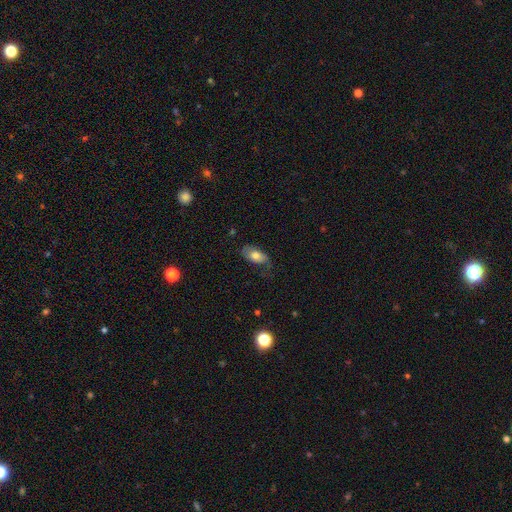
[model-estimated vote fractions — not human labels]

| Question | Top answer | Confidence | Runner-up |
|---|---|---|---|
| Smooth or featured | smooth | 67% | featured or disk (26%) |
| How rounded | in between | 91% | round (5%) |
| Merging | none | 56% | minor disturbance (28%) |